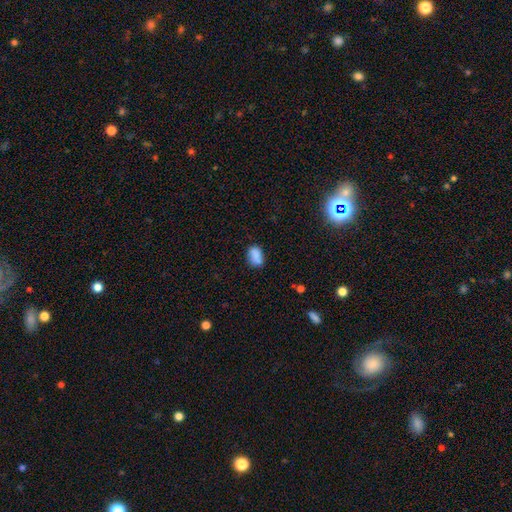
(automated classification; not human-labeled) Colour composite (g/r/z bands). It shows a smooth galaxy with no disk features (83%) that is in between round and cigar-shaped (80%). Merging: none (65%).